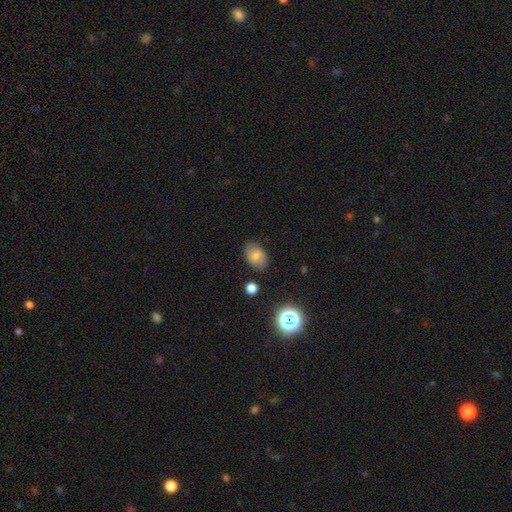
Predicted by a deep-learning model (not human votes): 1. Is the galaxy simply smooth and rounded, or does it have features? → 74% smooth, 15% featured or disk, 11% star or artifact.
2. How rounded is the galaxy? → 81% in between, 17% round, 1% cigar-shaped.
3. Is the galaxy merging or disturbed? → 81% none, 14% minor disturbance, 3% major disturbance, 2% merger.